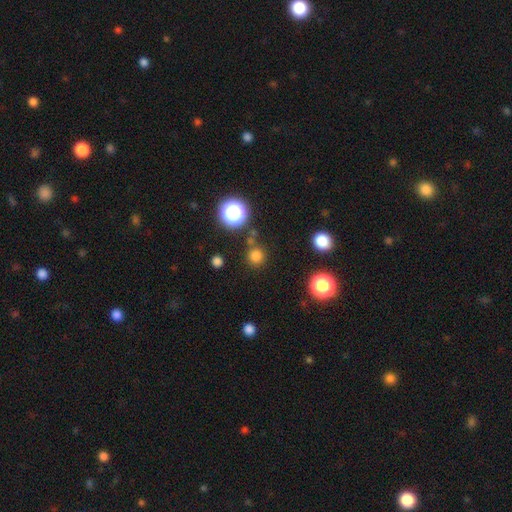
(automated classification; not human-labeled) The model was most divided on "smooth or featured": smooth: 75%, star or artifact: 20%, featured or disk: 5%. More confident: how rounded — round (93%); merging — none (81%).